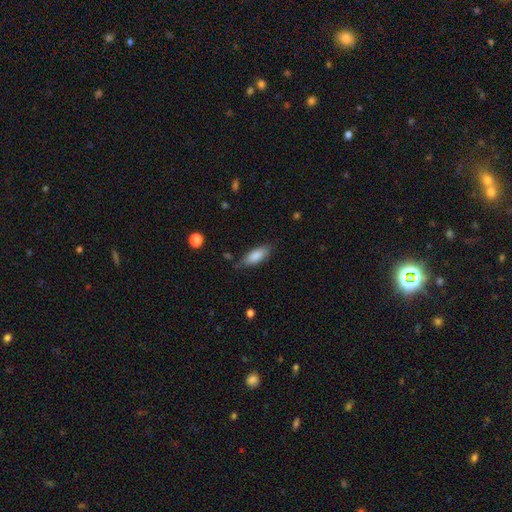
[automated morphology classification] Smooth or featured?
  - smooth: 84% *
  - featured or disk: 9%
  - star or artifact: 6%
How rounded?
  - in between: 73% *
  - cigar-shaped: 25%
  - round: 2%
Merging?
  - none: 77% *
  - minor disturbance: 17%
  - major disturbance: 4%
  - merger: 2%